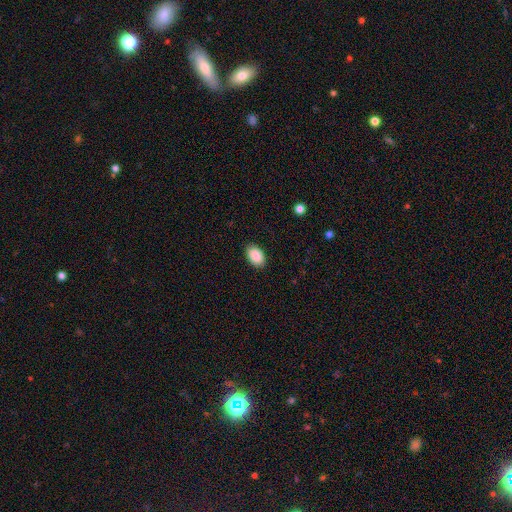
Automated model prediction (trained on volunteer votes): This is clearly a smooth galaxy (90%). How rounded: clearly in between (89%). Merging: clearly none (88%).